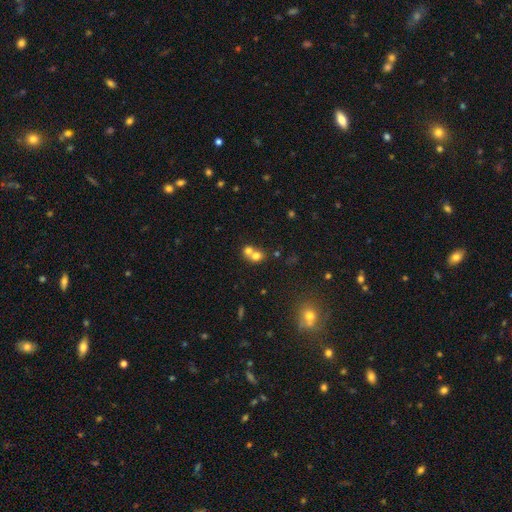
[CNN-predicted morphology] This appears to be a smooth galaxy with no disk features (72%) that is round (74%). Merging: merger (60%).